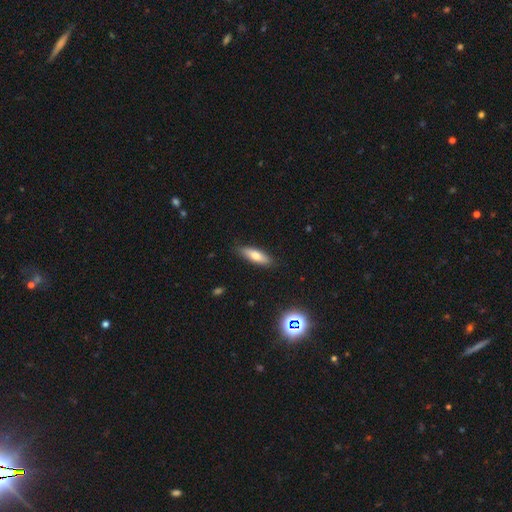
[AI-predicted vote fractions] smooth_or_featured: smooth (p=0.67) [alt: featured or disk p=0.25]
how_rounded: cigar-shaped (p=0.50) [alt: in between p=0.48]
merging: none (p=0.86) [alt: minor disturbance p=0.11]